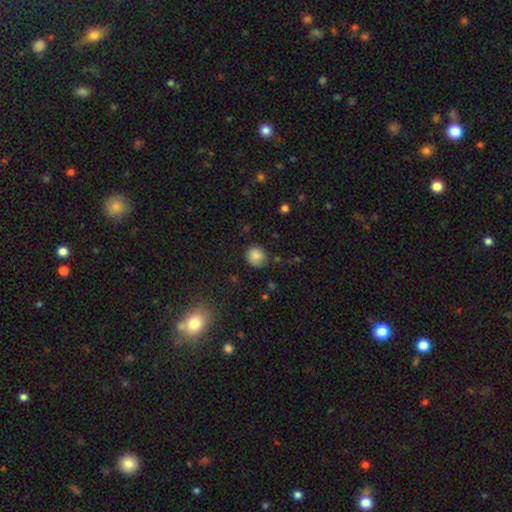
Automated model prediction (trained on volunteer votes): smooth 85%, star or artifact 10%, featured or disk 5%. Down the decision tree: how rounded — round (83%); merging — none (80%).